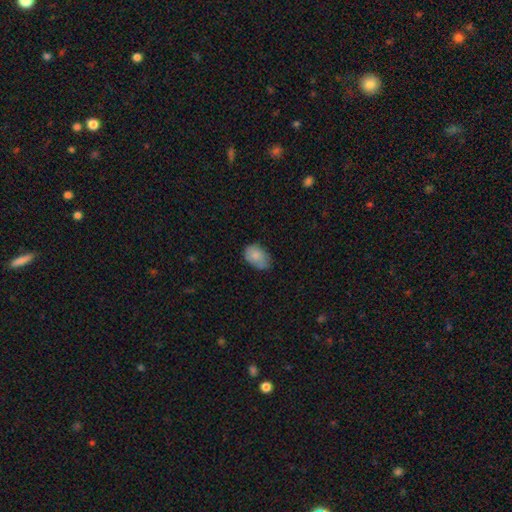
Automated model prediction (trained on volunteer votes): Smooth or featured?
  - smooth: 80% *
  - featured or disk: 12%
  - star or artifact: 7%
How rounded?
  - in between: 84% *
  - round: 15%
  - cigar-shaped: 1%
Merging?
  - none: 59% *
  - minor disturbance: 32%
  - major disturbance: 7%
  - merger: 2%